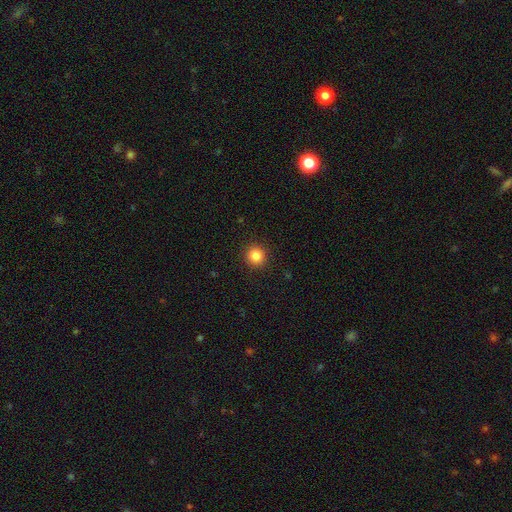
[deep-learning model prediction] Q: Smooth or featured?
A: smooth (85%); runner-up: star or artifact (11%)
Q: How rounded?
A: round (94%); runner-up: in between (5%)
Q: Merging?
A: none (92%); runner-up: minor disturbance (5%)